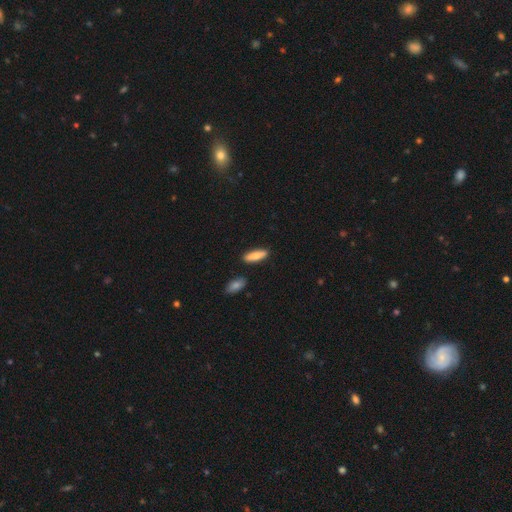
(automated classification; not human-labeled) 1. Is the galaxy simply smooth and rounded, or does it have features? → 76% smooth, 18% featured or disk, 6% star or artifact.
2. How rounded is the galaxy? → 53% cigar-shaped, 45% in between, 2% round.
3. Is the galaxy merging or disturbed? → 87% none, 8% minor disturbance, 3% merger, 2% major disturbance.